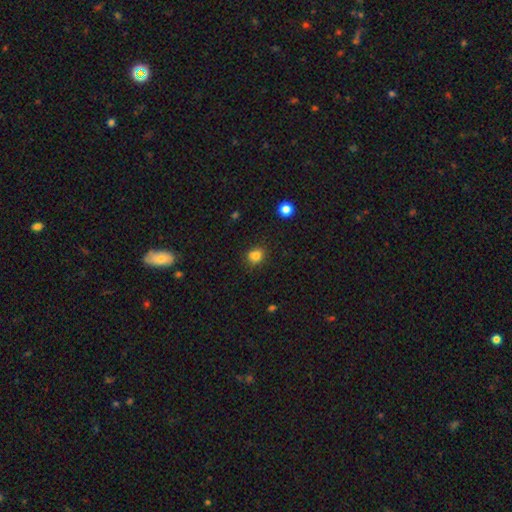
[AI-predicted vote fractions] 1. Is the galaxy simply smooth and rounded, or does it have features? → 80% smooth, 13% star or artifact, 7% featured or disk.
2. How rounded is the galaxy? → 66% round, 33% in between, 1% cigar-shaped.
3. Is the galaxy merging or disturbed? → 74% none, 16% minor disturbance, 7% merger, 4% major disturbance.